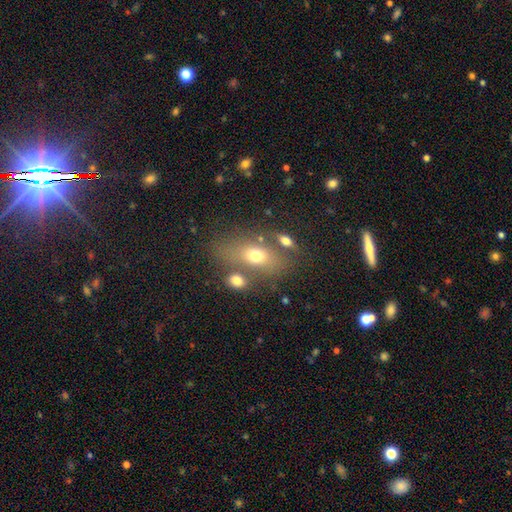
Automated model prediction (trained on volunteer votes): smooth_or_featured: smooth (p=0.66) [alt: featured or disk p=0.22]
how_rounded: in between (p=0.79) [alt: round p=0.16]
merging: none (p=0.54) [alt: merger p=0.22]